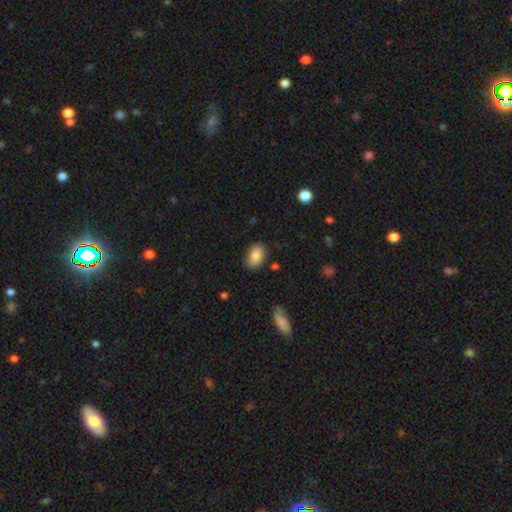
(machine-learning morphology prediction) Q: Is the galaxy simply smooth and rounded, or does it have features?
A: smooth — 84%.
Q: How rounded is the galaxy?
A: in between — 87%.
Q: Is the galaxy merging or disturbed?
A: none — 84%.